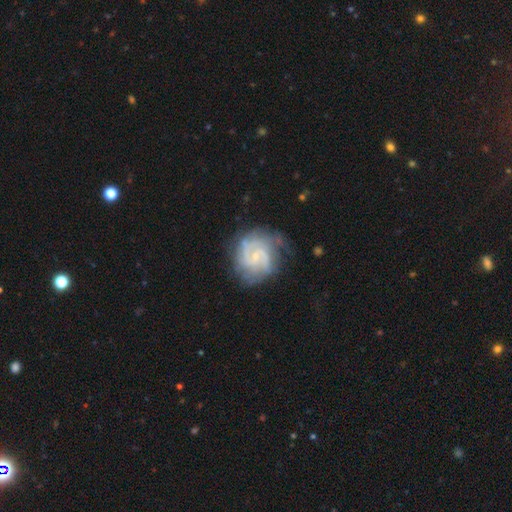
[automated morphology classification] Smooth or featured? Predicted: featured or disk (p=0.83). Edge-on disk? Predicted: no (p=0.98). Bar? Predicted: no (p=0.49). Spiral arms? Predicted: yes (p=0.95). Spiral winding? Predicted: tight (p=0.45). Spiral arm count? Predicted: 2 (p=0.44). Bulge size? Predicted: small (p=0.77). Merging? Predicted: none (p=0.66).